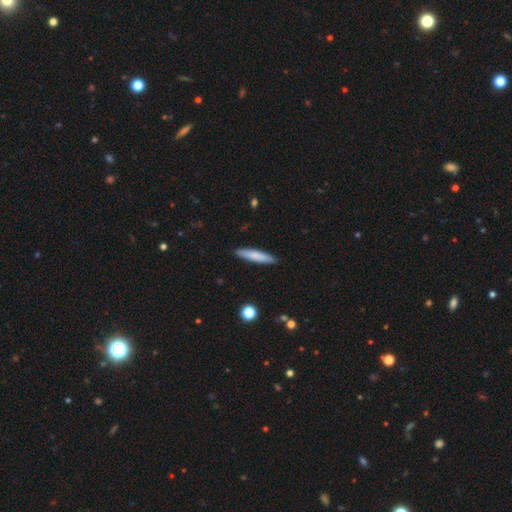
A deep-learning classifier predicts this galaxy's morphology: Q: Smooth or featured?
A: smooth (77%); runner-up: featured or disk (17%)
Q: How rounded?
A: cigar-shaped (87%); runner-up: in between (11%)
Q: Merging?
A: none (90%); runner-up: minor disturbance (8%)